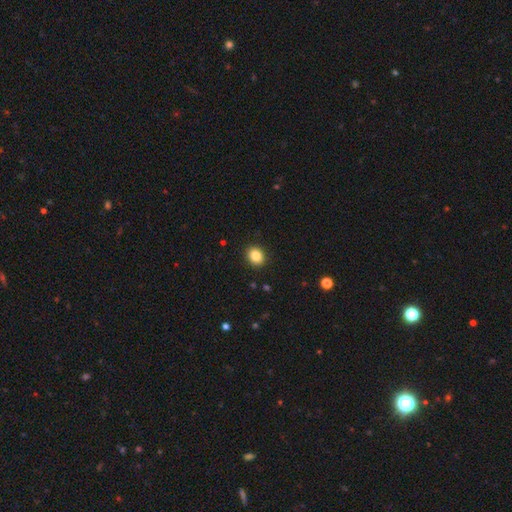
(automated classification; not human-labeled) A smooth galaxy with no disk features (86%) that is in between round and cigar-shaped (50%). Merging: none (91%).